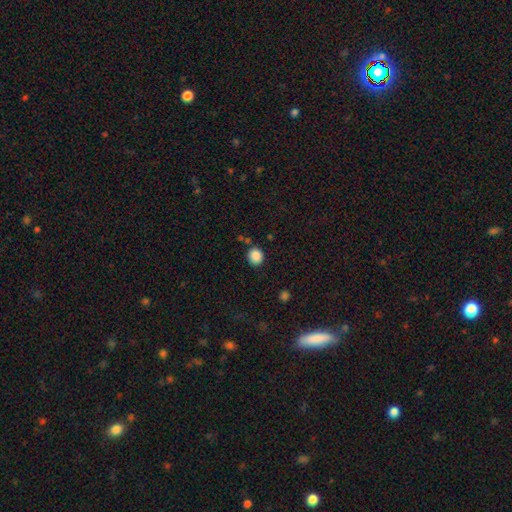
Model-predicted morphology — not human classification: Smooth or featured? smooth (87%)
How rounded? round (83%)
Merging? none (81%)